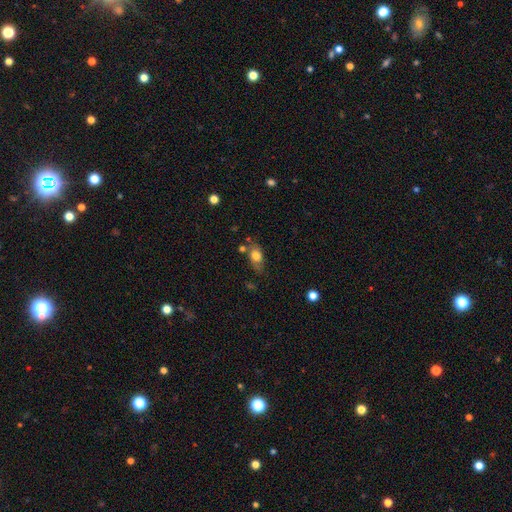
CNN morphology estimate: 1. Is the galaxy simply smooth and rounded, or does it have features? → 76% smooth, 15% featured or disk, 9% star or artifact.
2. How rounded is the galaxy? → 77% in between, 18% round, 5% cigar-shaped.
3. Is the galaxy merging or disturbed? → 61% none, 24% minor disturbance, 9% merger, 7% major disturbance.